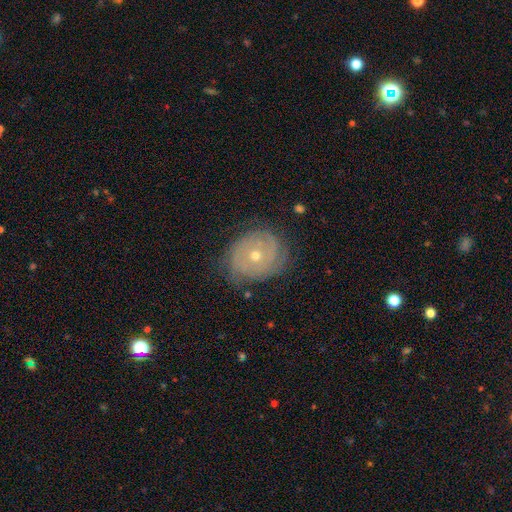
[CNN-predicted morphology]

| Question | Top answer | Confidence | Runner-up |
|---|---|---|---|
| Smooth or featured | featured or disk | 75% | smooth (17%) |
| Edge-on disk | no | 97% | yes (3%) |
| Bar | no | 85% | weak (12%) |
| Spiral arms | yes | 87% | no (13%) |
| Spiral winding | tight | 78% | medium (17%) |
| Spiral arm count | can't tell | 39% | 2 (24%) |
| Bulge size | small | 54% | moderate (43%) |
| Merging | none | 75% | minor disturbance (18%) |